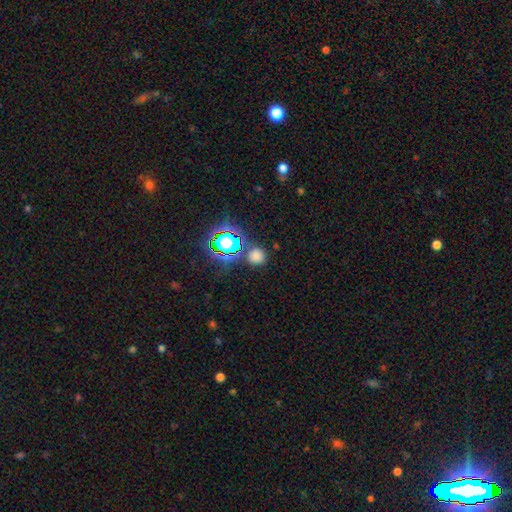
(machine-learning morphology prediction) Smooth or featured? Predicted: smooth (p=0.66). How rounded? Predicted: round (p=0.87). Merging? Predicted: none (p=0.81).